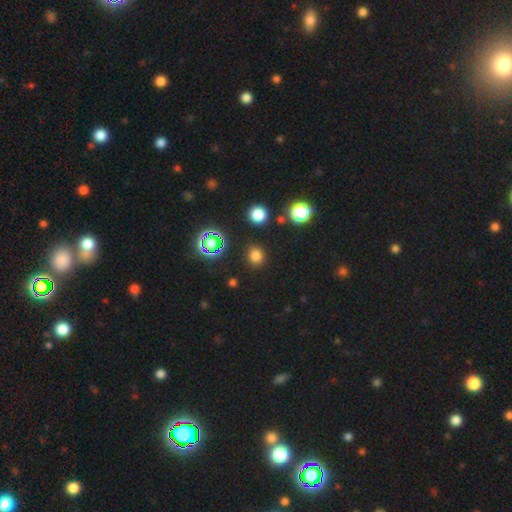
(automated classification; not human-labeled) A smooth galaxy with no disk features (72%) that is round (84%). Merging: none (89%).